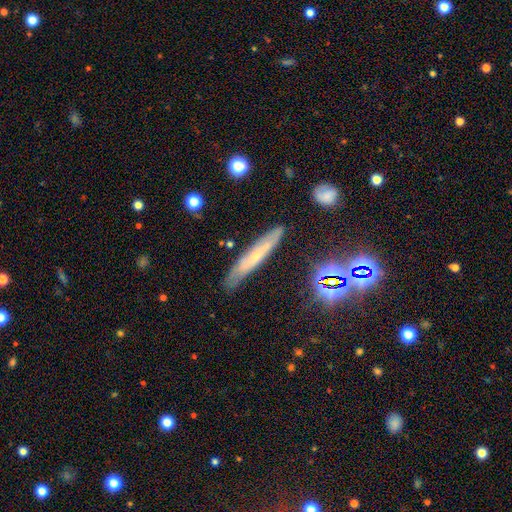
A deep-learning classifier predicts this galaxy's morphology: Smooth or featured: smooth — 45% (featured or disk — 43%)
Merging: none — 82% (minor disturbance — 13%)